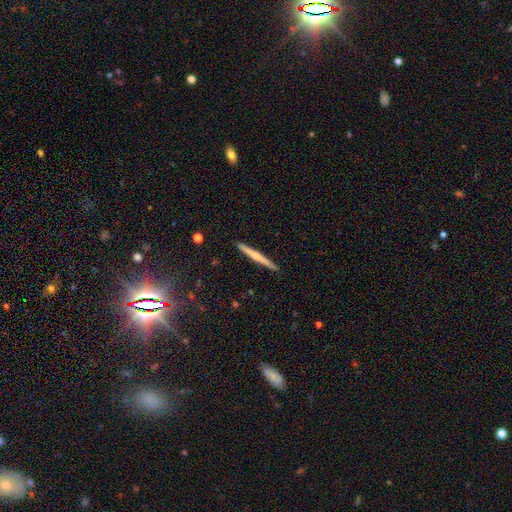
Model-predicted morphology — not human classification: smooth-or-featured: featured or disk: 49% | smooth: 45% | star or artifact: 6%
  merging: none: 92% | minor disturbance: 6% | major disturbance: 1% | merger: 1%